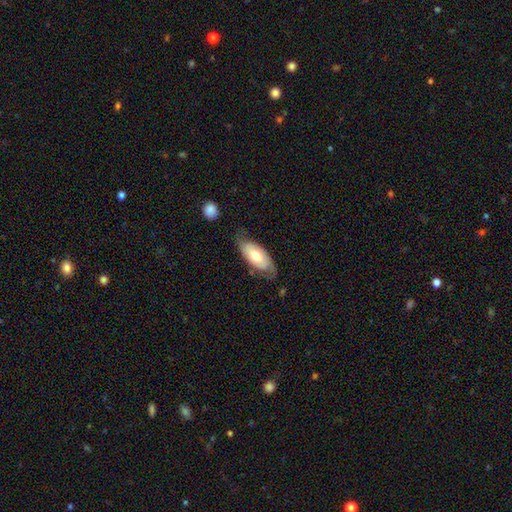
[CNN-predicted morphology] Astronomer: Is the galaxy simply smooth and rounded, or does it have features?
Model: featured or disk — 50% (runner-up: smooth, 44%).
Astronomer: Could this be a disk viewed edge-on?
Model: no — 85%.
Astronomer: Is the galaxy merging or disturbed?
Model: none — 63%.